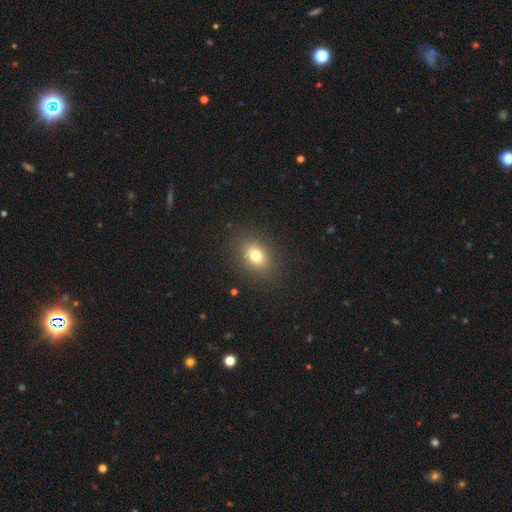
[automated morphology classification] Q: Smooth or featured?
A: smooth (78%); runner-up: star or artifact (12%)
Q: How rounded?
A: in between (62%); runner-up: round (37%)
Q: Merging?
A: none (88%); runner-up: minor disturbance (8%)